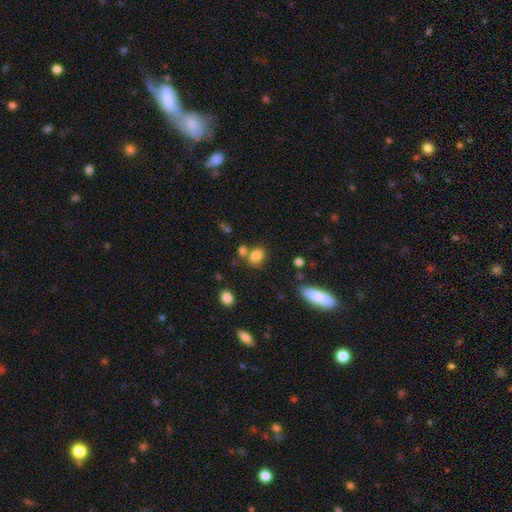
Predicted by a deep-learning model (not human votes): A smooth galaxy with no disk features (81%) that is in between round and cigar-shaped (58%).

Vote fractions:
- Smooth or featured? smooth: 81% / star or artifact: 11% / featured or disk: 8%
- How rounded? in between: 58% / round: 40% / cigar-shaped: 2%
- Merging? none: 61% / merger: 19% / minor disturbance: 15% / major disturbance: 5%